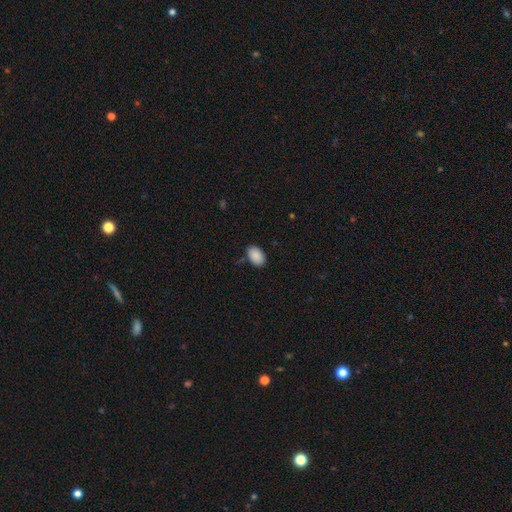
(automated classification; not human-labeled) A smooth galaxy with no disk features (90%) that is in between round and cigar-shaped (90%). Merging: none (85%).